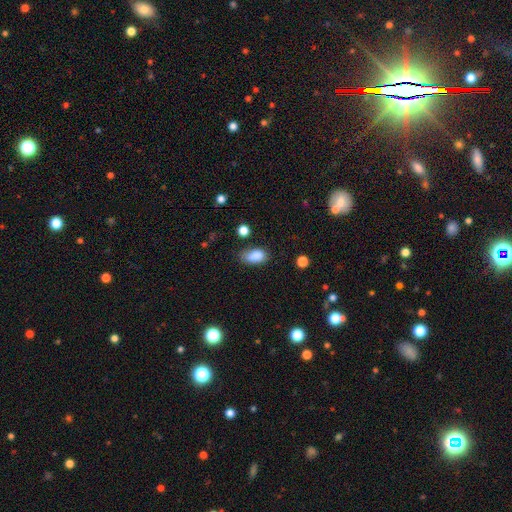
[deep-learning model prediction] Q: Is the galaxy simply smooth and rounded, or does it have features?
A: smooth — 86%.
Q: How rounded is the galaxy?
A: in between — 91%.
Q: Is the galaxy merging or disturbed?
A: none — 65%.